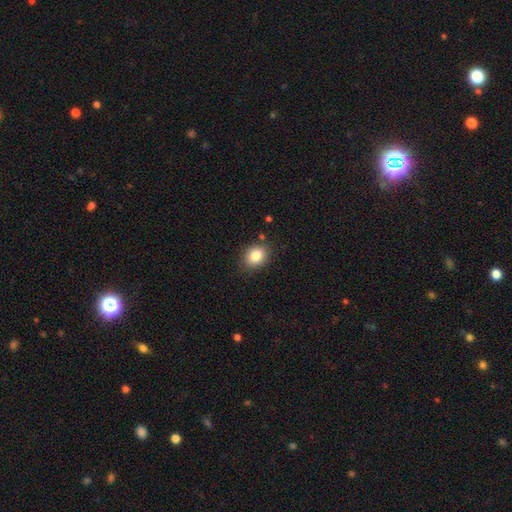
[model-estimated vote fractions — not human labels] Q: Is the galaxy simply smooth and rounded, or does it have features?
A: smooth — 84%.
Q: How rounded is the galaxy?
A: in between — 63%.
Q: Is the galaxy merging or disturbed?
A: none — 83%.